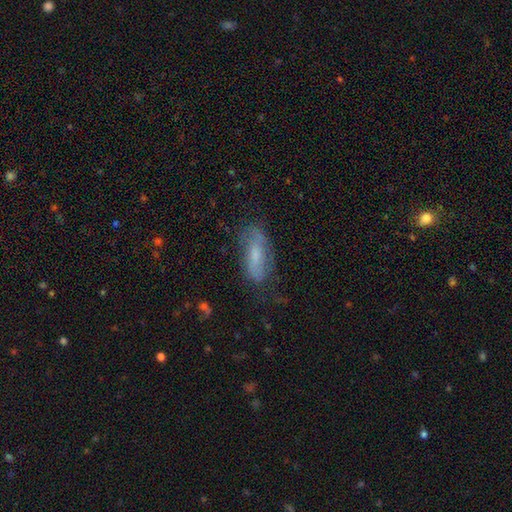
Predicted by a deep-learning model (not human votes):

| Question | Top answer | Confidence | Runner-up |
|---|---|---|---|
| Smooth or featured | smooth | 48% | featured or disk (42%) |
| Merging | none | 65% | minor disturbance (23%) |